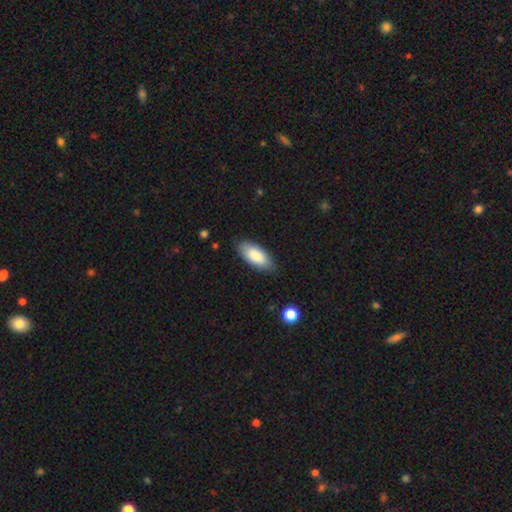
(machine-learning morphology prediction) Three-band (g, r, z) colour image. It shows a smooth galaxy with no disk features (85%) that is in between round and cigar-shaped (88%). Merging: none (84%).